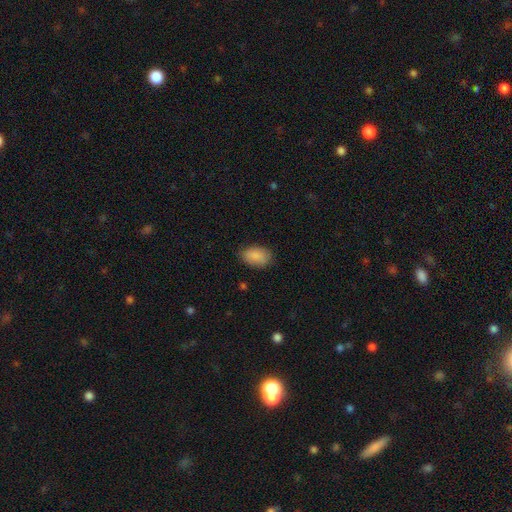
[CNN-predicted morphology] A smooth galaxy with no disk features (89%) that is in between round and cigar-shaped (90%). Merging: none (80%).